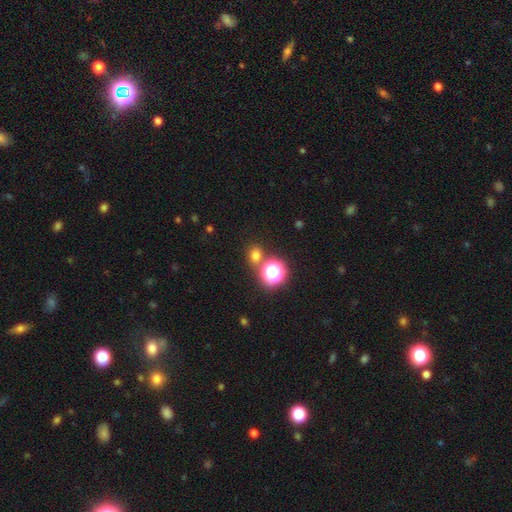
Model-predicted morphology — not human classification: Smooth or featured? Predicted: smooth (p=0.68). How rounded? Predicted: round (p=0.74). Merging? Predicted: none (p=0.75).